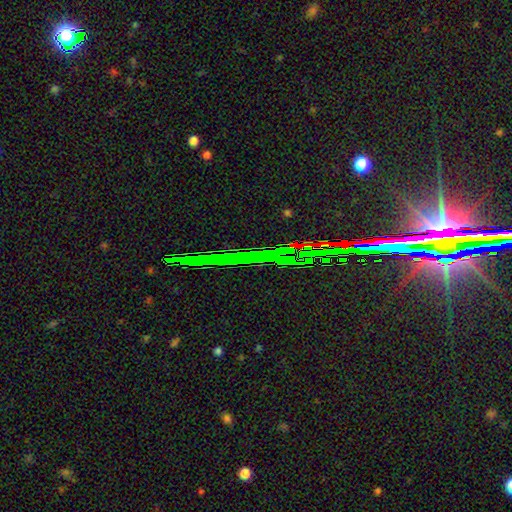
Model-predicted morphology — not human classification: The model was most divided on "smooth or featured": star or artifact: 74%, featured or disk: 13%, smooth: 12%.